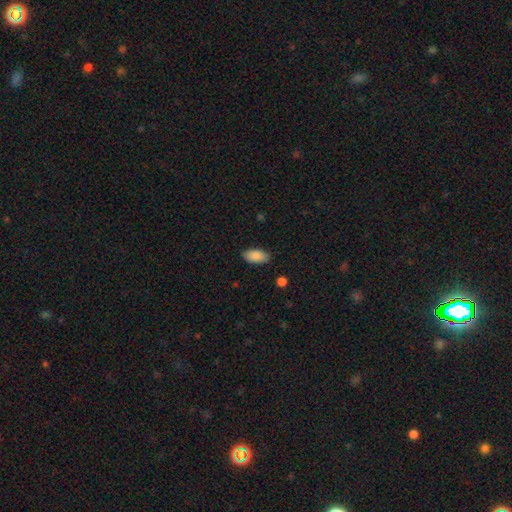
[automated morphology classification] smooth 88%, star or artifact 7%, featured or disk 5%. Down the decision tree: how rounded — in between (93%); merging — none (86%).